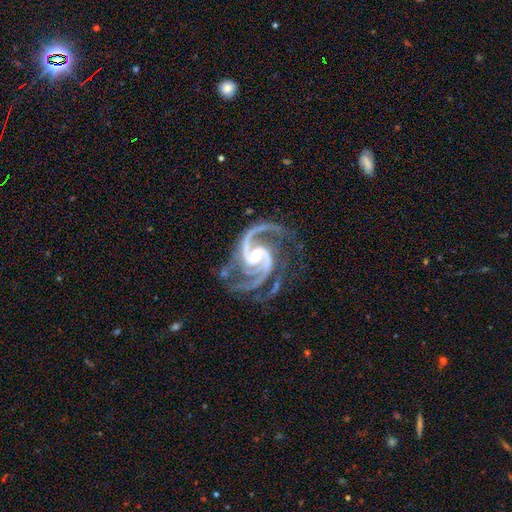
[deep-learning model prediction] The model was most divided on "bulge size": small: 48%, moderate: 45%, large: 3%, none: 3%, dominant: 1%. Remaining: spiral arms — yes (99%); edge-on disk — no (98%); smooth or featured — featured or disk (95%); merging — none (65%); spiral winding — medium (63%); spiral arm count — 2 (59%); bar — weak (43%).